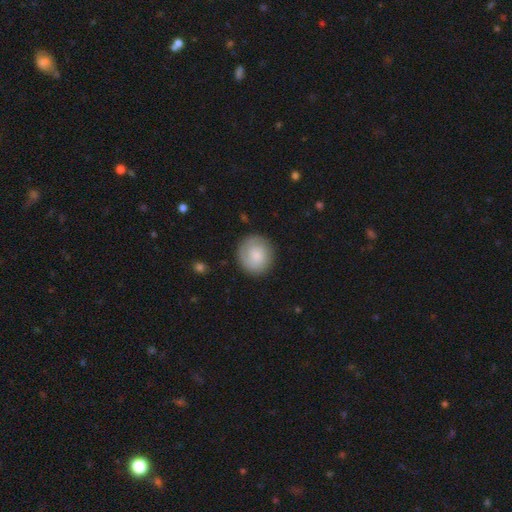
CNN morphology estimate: smooth-or-featured: smooth: 68% | featured or disk: 25% | star or artifact: 7%
  how-rounded: round: 89% | in between: 10% | cigar-shaped: 1%
  merging: none: 84% | minor disturbance: 11% | major disturbance: 4% | merger: 1%